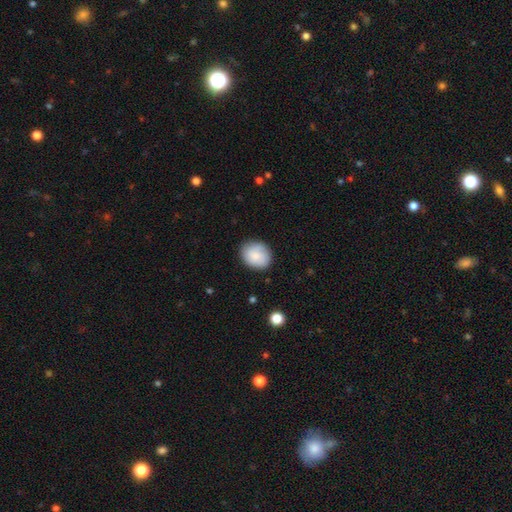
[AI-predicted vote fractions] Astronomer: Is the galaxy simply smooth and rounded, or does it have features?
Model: smooth — 80%.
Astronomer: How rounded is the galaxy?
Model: round — 66%.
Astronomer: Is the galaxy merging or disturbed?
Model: none — 81%.